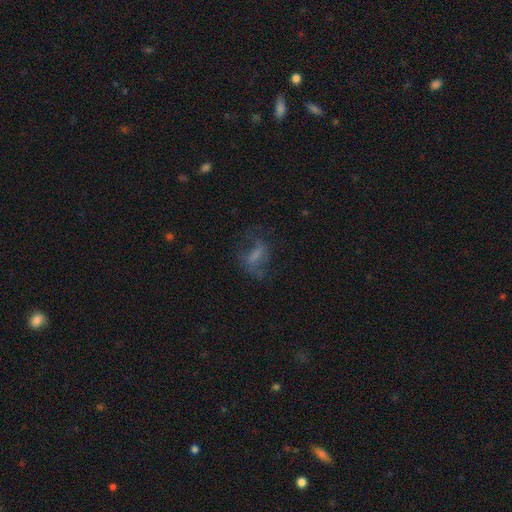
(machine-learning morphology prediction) Q: Smooth or featured?
A: featured or disk (44%); runner-up: smooth (39%)
Q: Merging?
A: none (49%); runner-up: major disturbance (29%)